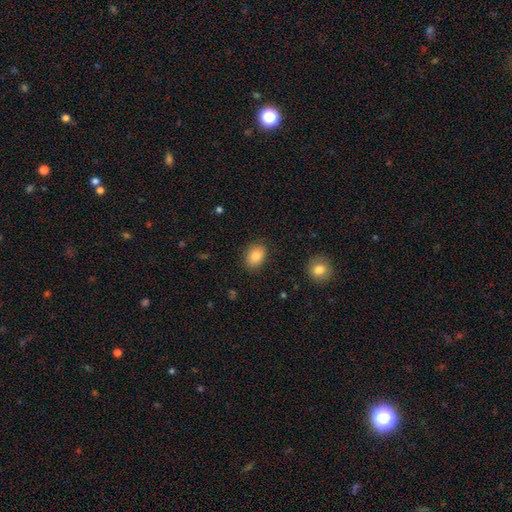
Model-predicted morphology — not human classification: A smooth galaxy with no disk features (85%) that is in between round and cigar-shaped (71%). Merging: none (86%).